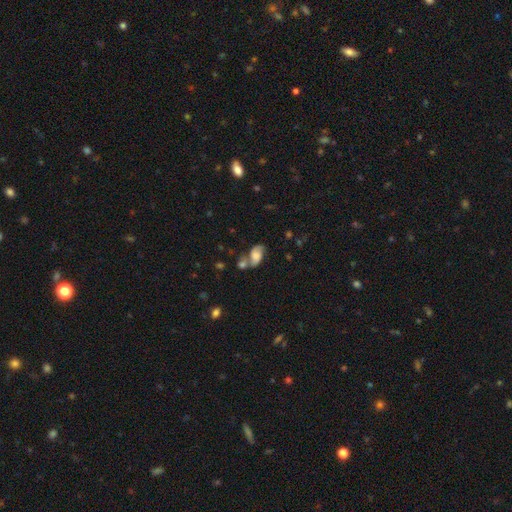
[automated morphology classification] smooth_or_featured: featured or disk (p=0.52) [alt: smooth p=0.39]
disk_edge_on: no (p=0.95) [alt: yes p=0.05]
merging: none (p=0.39) [alt: merger p=0.33]